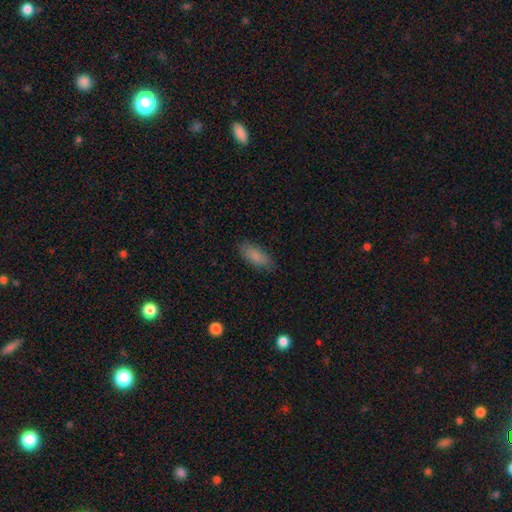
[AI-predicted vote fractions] Overall: smooth (85%). How rounded: in between (78%). Merging: none (82%).